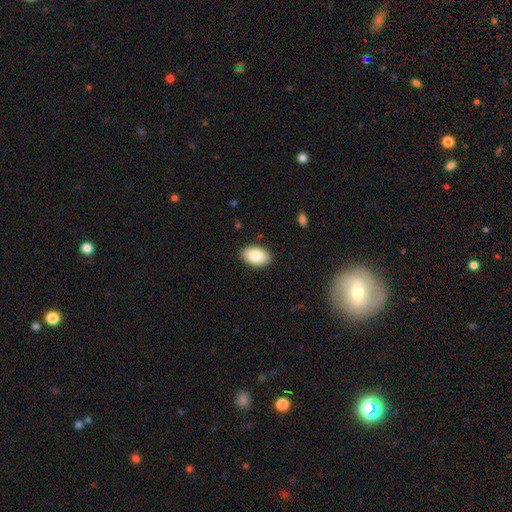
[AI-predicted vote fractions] Smooth or featured? smooth (85%)
How rounded? in between (93%)
Merging? none (89%)